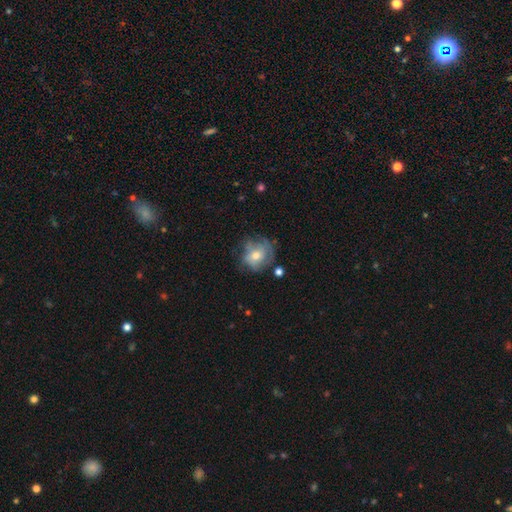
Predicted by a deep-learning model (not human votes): Morphology: type=featured or disk (48%); merging=none (57%).